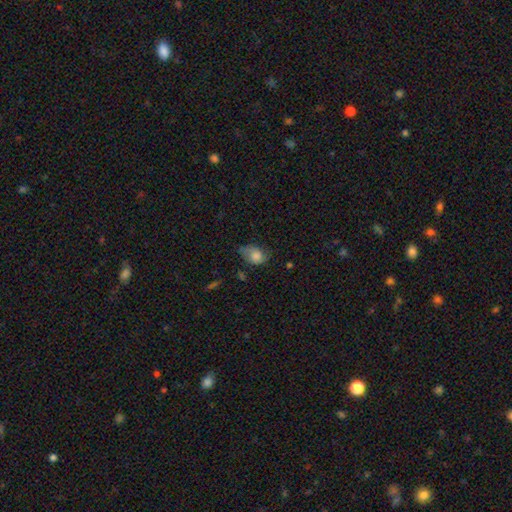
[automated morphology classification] Smooth or featured? Predicted: smooth (p=0.66). How rounded? Predicted: in between (p=0.75). Merging? Predicted: none (p=0.46).